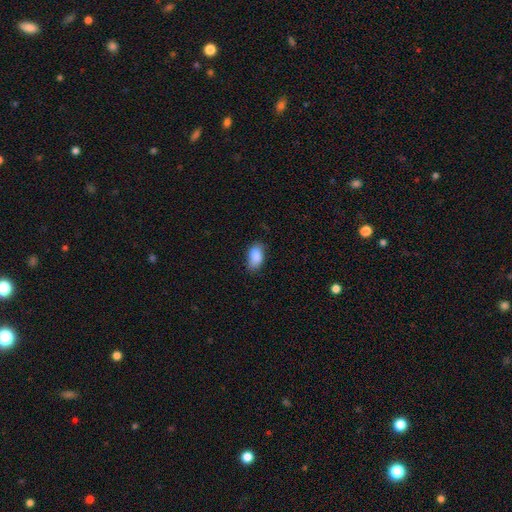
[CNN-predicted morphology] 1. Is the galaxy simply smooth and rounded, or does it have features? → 87% smooth, 7% star or artifact, 6% featured or disk.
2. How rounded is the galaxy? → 92% in between, 5% round, 3% cigar-shaped.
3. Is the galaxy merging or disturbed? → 70% none, 24% minor disturbance, 5% major disturbance, 1% merger.